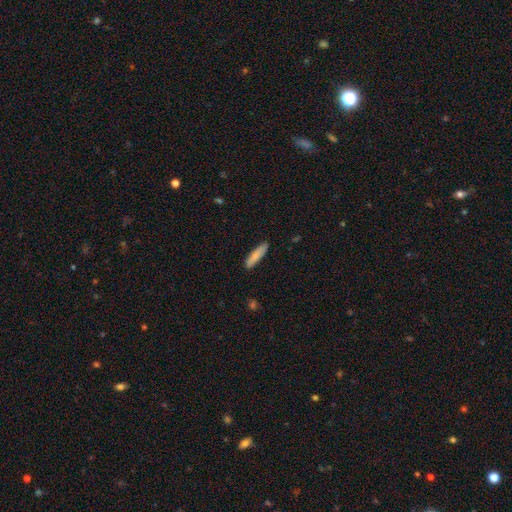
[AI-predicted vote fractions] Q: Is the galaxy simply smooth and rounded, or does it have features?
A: smooth — 81%.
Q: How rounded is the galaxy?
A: cigar-shaped — 77%.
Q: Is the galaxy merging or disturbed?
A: none — 87%.